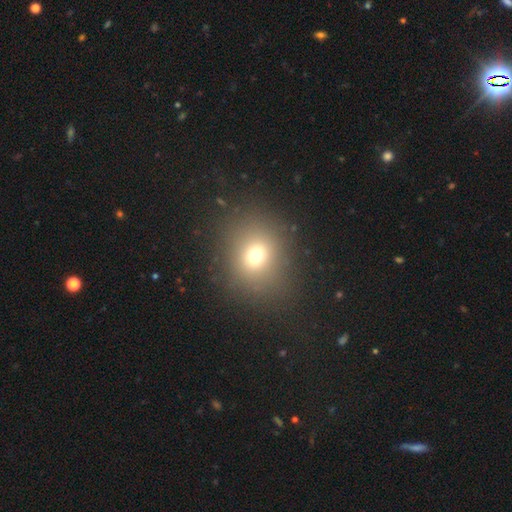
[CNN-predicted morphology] smooth 70%, star or artifact 19%, featured or disk 11%. Down the decision tree: how rounded — round (69%); merging — none (85%).